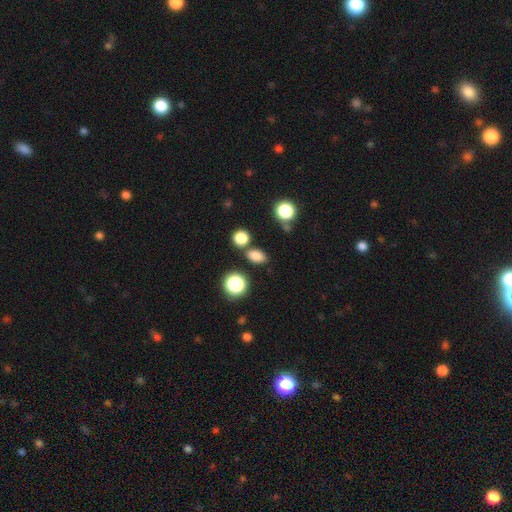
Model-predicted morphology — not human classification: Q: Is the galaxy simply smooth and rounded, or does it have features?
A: smooth — 80%.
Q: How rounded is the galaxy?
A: in between — 75%.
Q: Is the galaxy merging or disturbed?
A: none — 77%.